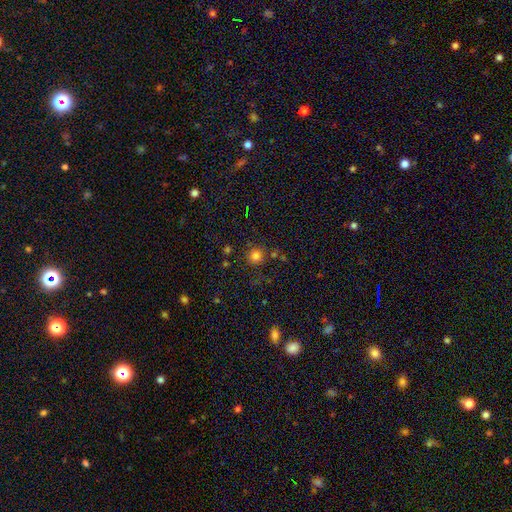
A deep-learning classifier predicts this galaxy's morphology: This is likely a smooth galaxy (79%). How rounded: clearly round (93%). Merging: likely none (79%).